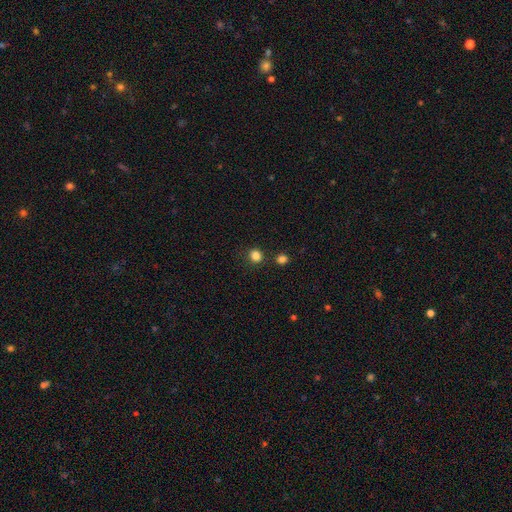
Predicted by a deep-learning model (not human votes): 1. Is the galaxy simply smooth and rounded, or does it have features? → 83% smooth, 13% star or artifact, 4% featured or disk.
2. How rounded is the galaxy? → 79% round, 20% in between, 1% cigar-shaped.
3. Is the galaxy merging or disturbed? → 81% none, 9% minor disturbance, 6% merger, 3% major disturbance.